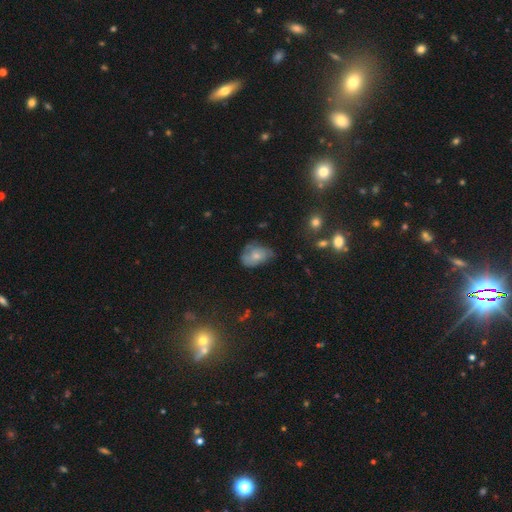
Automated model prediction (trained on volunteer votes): Q: Smooth or featured?
A: smooth (54%); runner-up: featured or disk (37%)
Q: How rounded?
A: in between (80%); runner-up: round (19%)
Q: Merging?
A: none (46%); runner-up: minor disturbance (36%)